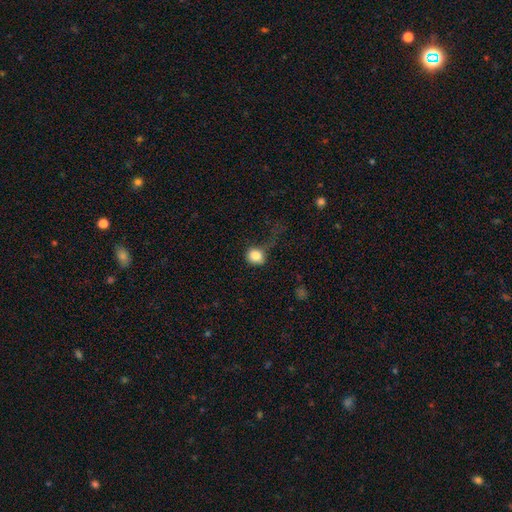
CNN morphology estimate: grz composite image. It shows a smooth galaxy with no disk features (84%) that is round (77%). Merging: none (42%).